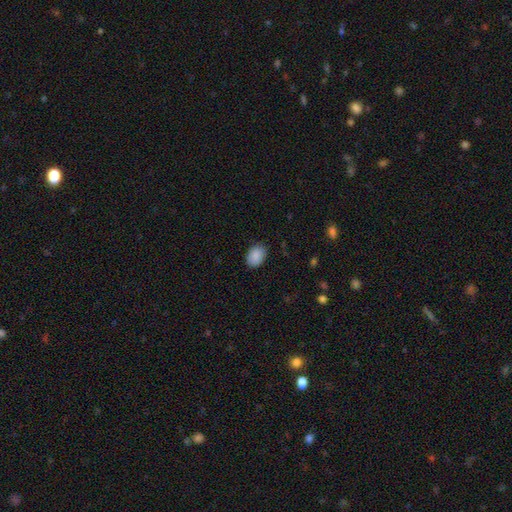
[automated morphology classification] Smooth or featured?
  - smooth: 89% *
  - star or artifact: 7%
  - featured or disk: 4%
How rounded?
  - in between: 79% *
  - round: 20%
  - cigar-shaped: 1%
Merging?
  - none: 86% *
  - minor disturbance: 11%
  - major disturbance: 2%
  - merger: 1%